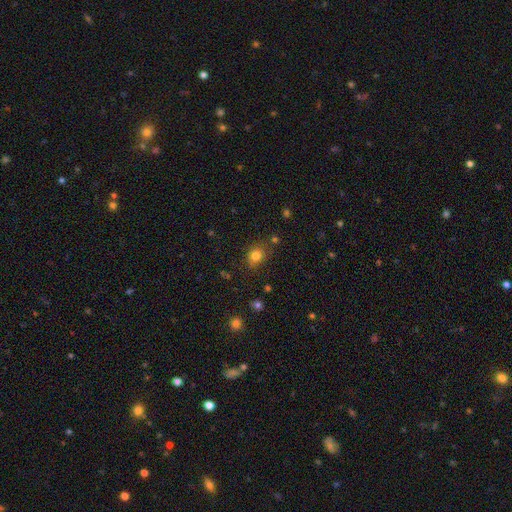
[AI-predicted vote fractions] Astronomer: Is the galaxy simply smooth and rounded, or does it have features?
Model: smooth — 80%.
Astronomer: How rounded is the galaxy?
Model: round — 61% (runner-up: in between, 38%).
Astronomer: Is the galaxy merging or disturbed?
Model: none — 77%.